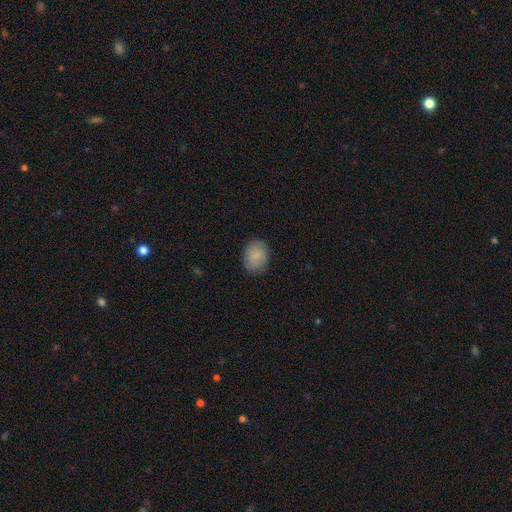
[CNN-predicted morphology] smooth 85%, featured or disk 8%, star or artifact 7%. Down the decision tree: how rounded — in between (63%); merging — none (83%).